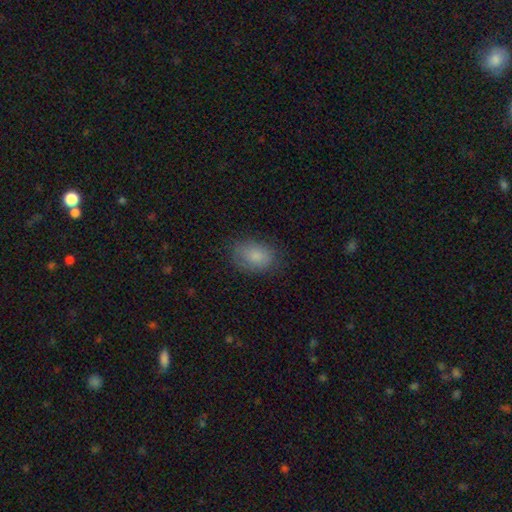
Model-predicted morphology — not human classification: smooth-or-featured: smooth: 82% | featured or disk: 10% | star or artifact: 8%
  how-rounded: in between: 81% | round: 18% | cigar-shaped: 1%
  merging: none: 75% | minor disturbance: 18% | major disturbance: 6% | merger: 1%